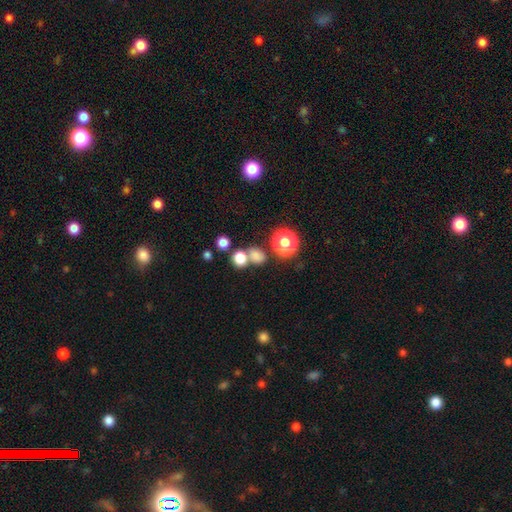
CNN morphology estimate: Smooth or featured: smooth — 74% (star or artifact — 19%)
How rounded: round — 64% (in between — 35%)
Merging: none — 54% (merger — 32%)